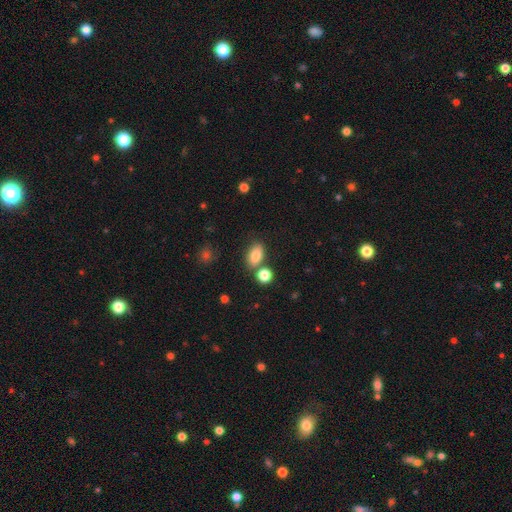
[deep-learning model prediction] smooth_or_featured: smooth (p=0.84) [alt: star or artifact p=0.09]
how_rounded: in between (p=0.87) [alt: round p=0.11]
merging: none (p=0.67) [alt: merger p=0.16]